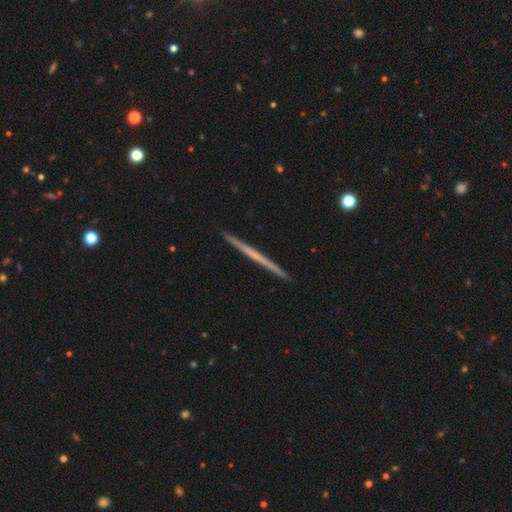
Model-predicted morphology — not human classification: The model was most divided on "smooth or featured": featured or disk: 60%, smooth: 34%, star or artifact: 5%. More confident: edge-on disk — yes (98%); merging — none (93%); edge-on bulge — none (89%).